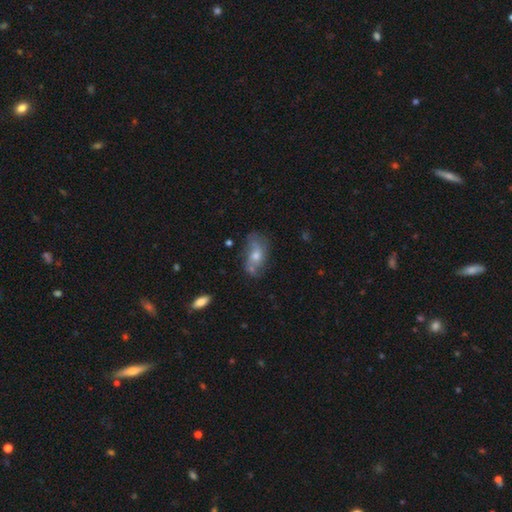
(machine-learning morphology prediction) Q: Smooth or featured?
A: featured or disk (57%); runner-up: smooth (32%)
Q: Edge-on disk?
A: no (91%); runner-up: yes (9%)
Q: Bar?
A: no (72%); runner-up: weak (23%)
Q: Spiral arms?
A: yes (71%); runner-up: no (29%)
Q: Bulge size?
A: moderate (62%); runner-up: small (27%)
Q: Merging?
A: none (59%); runner-up: minor disturbance (25%)